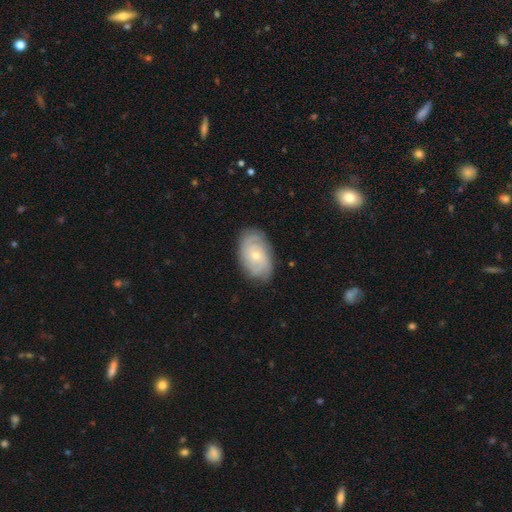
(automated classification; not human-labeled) The model was most divided on "bulge size": small: 58%, moderate: 39%, large: 1%, none: 1%, dominant: 1%. Remaining: edge-on disk — no (95%); spiral arms — yes (89%); merging — none (80%); bar — no (78%); smooth or featured — featured or disk (70%); spiral winding — tight (68%); spiral arm count — can't tell (44%).